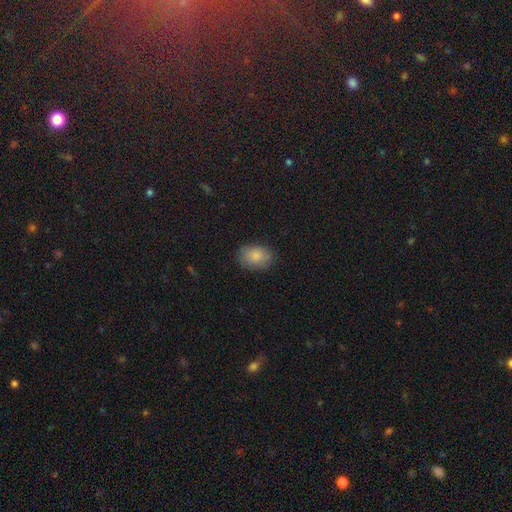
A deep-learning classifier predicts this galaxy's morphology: smooth-or-featured: smooth: 85% | featured or disk: 8% | star or artifact: 7%
  how-rounded: in between: 77% | round: 21% | cigar-shaped: 1%
  merging: none: 82% | minor disturbance: 14% | major disturbance: 3% | merger: 1%